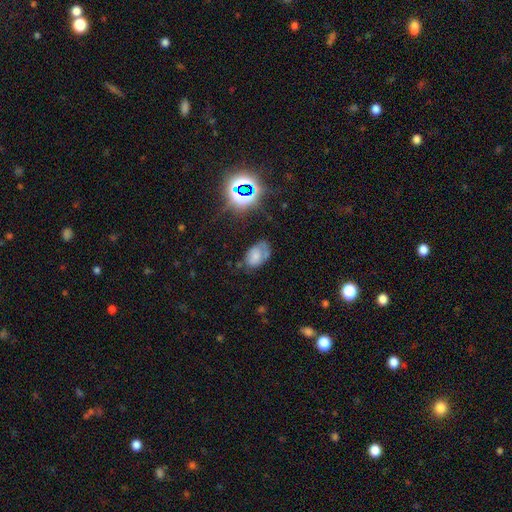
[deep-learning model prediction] Morphology: type=smooth (59%); roundness=in between (87%); merging=none (46%).